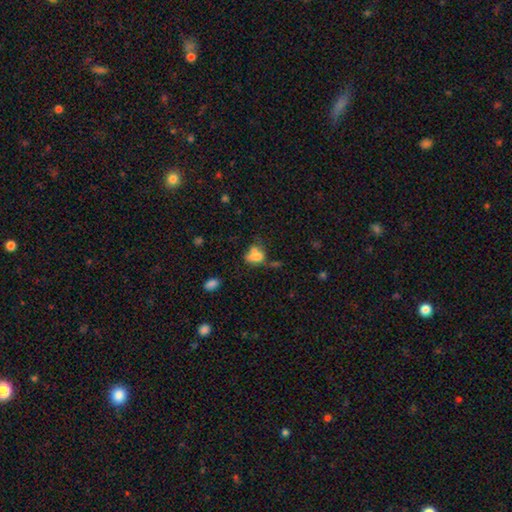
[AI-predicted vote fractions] smooth_or_featured: smooth (p=0.69) [alt: featured or disk p=0.17]
how_rounded: in between (p=0.63) [alt: round p=0.34]
merging: merger (p=0.35) [alt: none p=0.32]